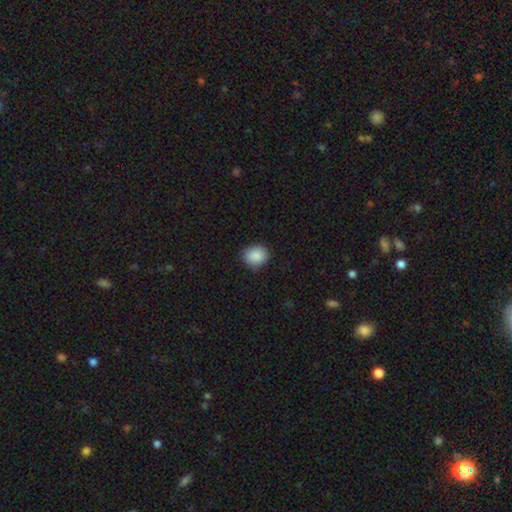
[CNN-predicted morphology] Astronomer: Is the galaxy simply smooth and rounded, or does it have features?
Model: smooth — 88%.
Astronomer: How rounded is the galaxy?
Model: round — 66%.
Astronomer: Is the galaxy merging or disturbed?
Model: none — 87%.